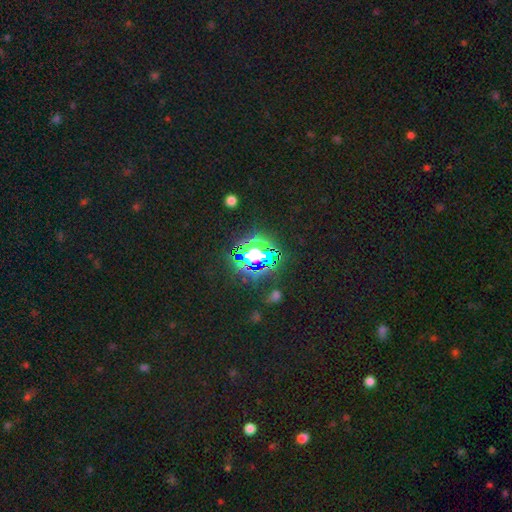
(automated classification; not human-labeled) Morphology: type=star or artifact (71%).